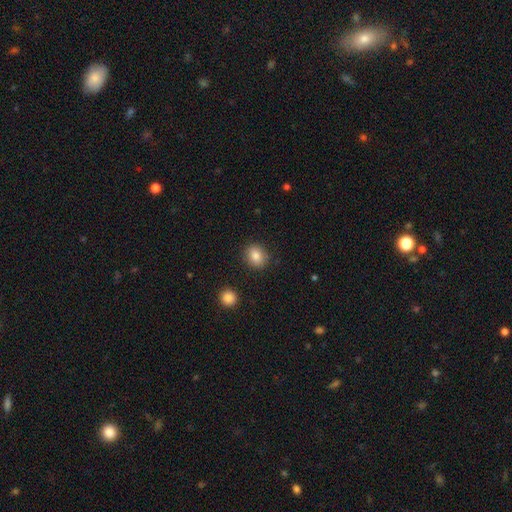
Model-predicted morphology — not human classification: Smooth or featured? Predicted: smooth (p=0.84). How rounded? Predicted: round (p=0.60). Merging? Predicted: none (p=0.87).